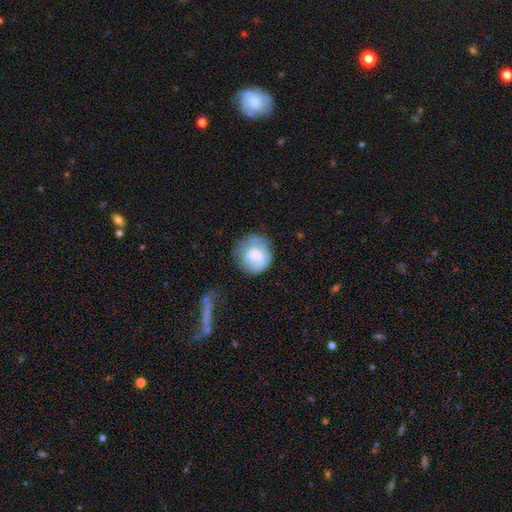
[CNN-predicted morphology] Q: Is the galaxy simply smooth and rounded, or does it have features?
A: smooth — 62%.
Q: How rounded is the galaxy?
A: round — 88%.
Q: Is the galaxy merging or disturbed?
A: none — 63%.